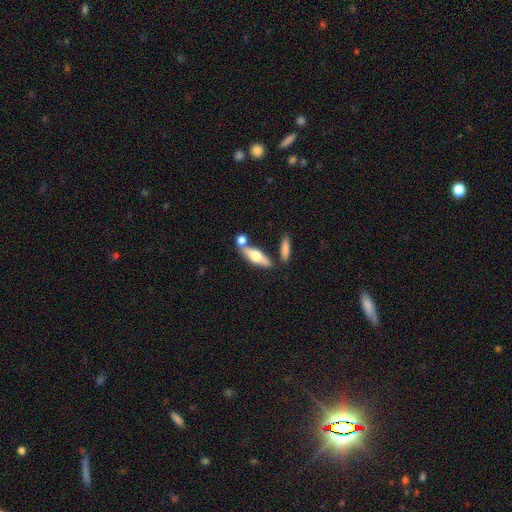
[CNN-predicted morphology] Smooth or featured? Predicted: smooth (p=0.49). Merging? Predicted: none (p=0.60).